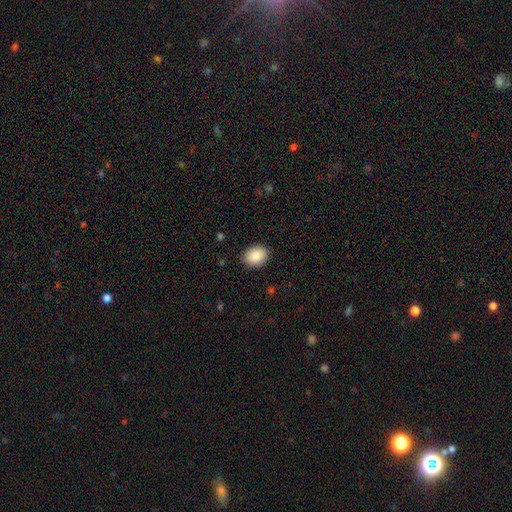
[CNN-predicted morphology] This is clearly a smooth galaxy (87%). How rounded: likely in between (64%). Merging: clearly none (88%).